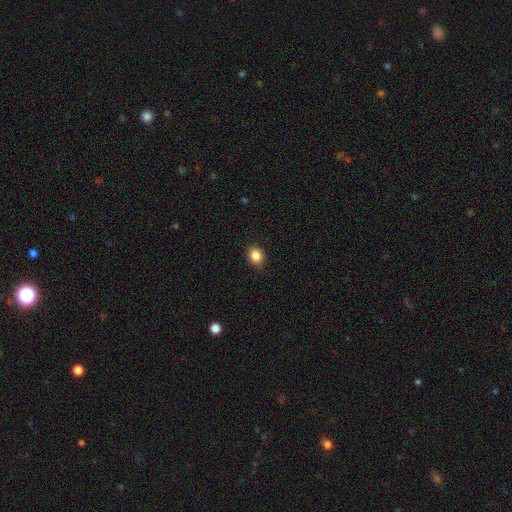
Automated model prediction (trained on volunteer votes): smooth-or-featured: smooth: 87% | star or artifact: 9% | featured or disk: 3%
  how-rounded: round: 58% | in between: 41% | cigar-shaped: 1%
  merging: none: 90% | minor disturbance: 7% | major disturbance: 2% | merger: 1%